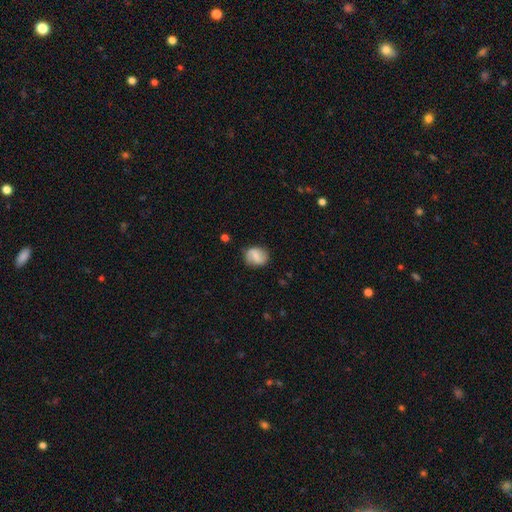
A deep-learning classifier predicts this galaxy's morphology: Overall: smooth (55%; featured or disk 37%). How rounded: round (59%; in between 39%). Merging: none (79%).